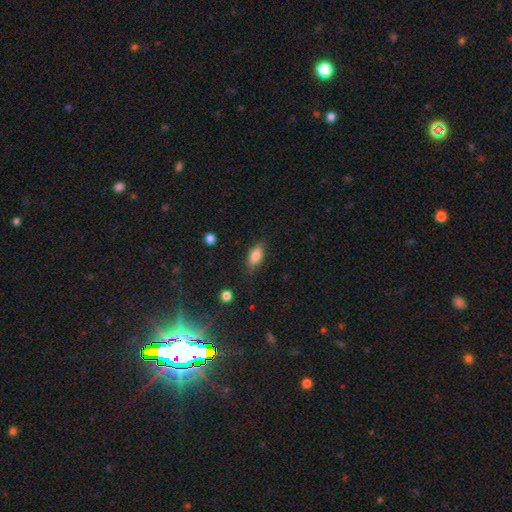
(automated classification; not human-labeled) smooth 81%, featured or disk 11%, star or artifact 8%. Down the decision tree: how rounded — in between (84%); merging — none (79%).